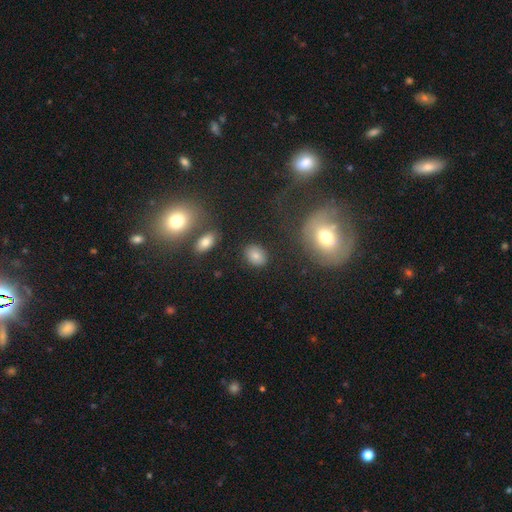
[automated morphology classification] Overall: smooth (79%). How rounded: in between (61%; round 37%). Merging: none (85%).